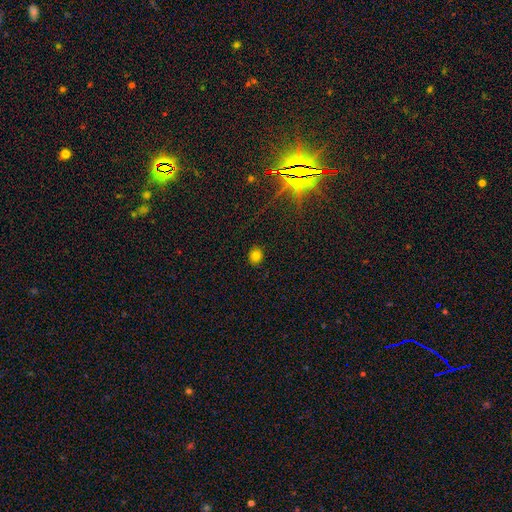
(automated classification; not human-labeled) Q: Smooth or featured?
A: smooth (77%); runner-up: star or artifact (16%)
Q: How rounded?
A: round (77%); runner-up: in between (22%)
Q: Merging?
A: none (89%); runner-up: minor disturbance (7%)